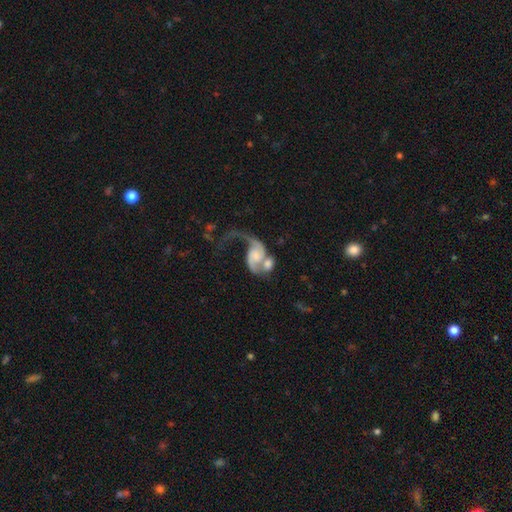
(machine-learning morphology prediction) A featured or disk galaxy (78%) with no bar (63%), 2 (63%) loose (75%) spiral arms (91%) and a small central bulge (35%).

Vote fractions:
- Smooth or featured? featured or disk: 78% / smooth: 16% / star or artifact: 6%
- Edge-on disk? no: 97% / yes: 3%
- Bar? no: 63% / weak: 29% / strong: 8%
- Spiral arms? yes: 91% / no: 9%
- Spiral winding? loose: 75% / medium: 20% / tight: 6%
- Spiral arm count? 2: 63% / 1: 30% / can't tell: 3% / 3: 1% / 4: 1% / more than 4: 1%
- Bulge size? small: 35% / moderate: 29% / none: 23% / large: 10% / dominant: 3%
- Merging? merger: 50% / major disturbance: 24% / none: 17% / minor disturbance: 8%